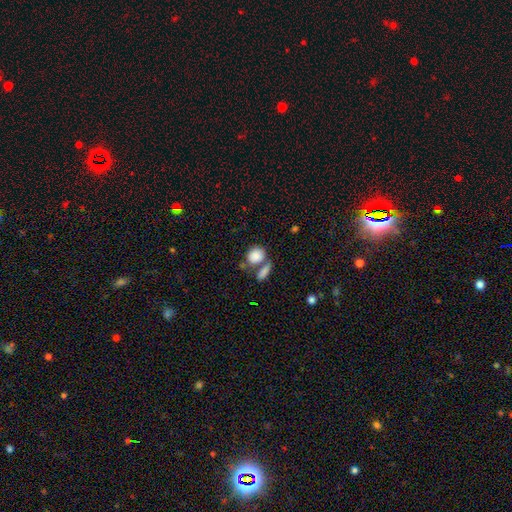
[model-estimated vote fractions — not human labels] Q: Smooth or featured?
A: smooth (85%); runner-up: star or artifact (8%)
Q: How rounded?
A: round (56%); runner-up: in between (41%)
Q: Merging?
A: none (47%); runner-up: merger (36%)